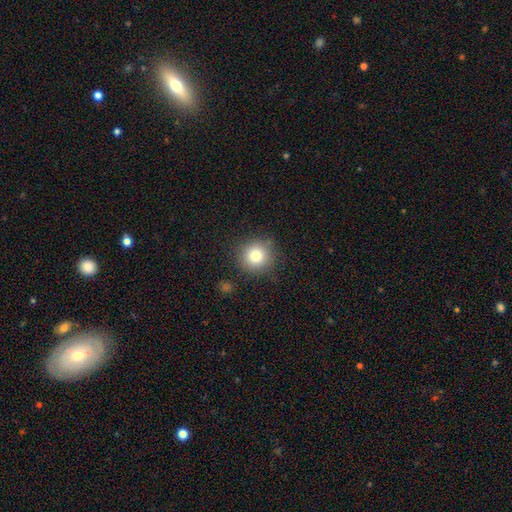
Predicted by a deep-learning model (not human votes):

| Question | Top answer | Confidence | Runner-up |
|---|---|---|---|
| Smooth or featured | smooth | 79% | star or artifact (12%) |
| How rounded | round | 93% | in between (6%) |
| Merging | none | 86% | minor disturbance (9%) |